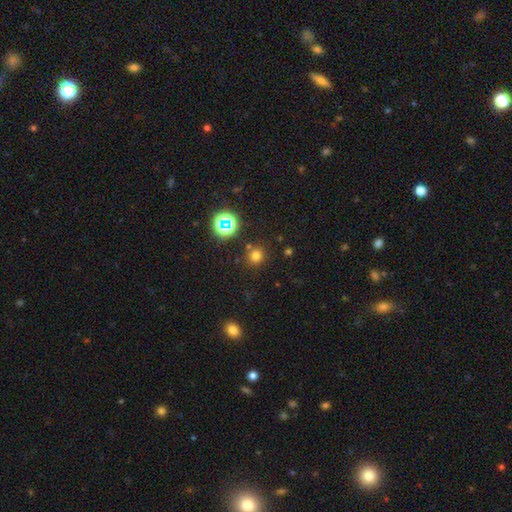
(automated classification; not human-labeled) A smooth galaxy with no disk features (69%) that is round (89%).

Vote fractions:
- Smooth or featured? smooth: 69% / star or artifact: 24% / featured or disk: 6%
- How rounded? round: 89% / in between: 10% / cigar-shaped: 1%
- Merging? none: 82% / minor disturbance: 8% / merger: 7% / major disturbance: 3%